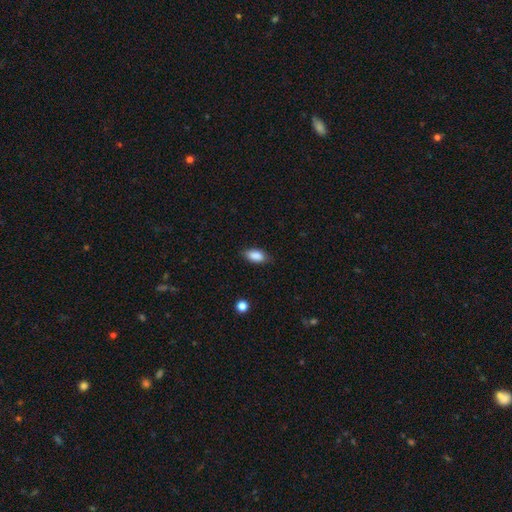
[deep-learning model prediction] Smooth or featured? smooth (88%)
How rounded? in between (90%)
Merging? none (81%)